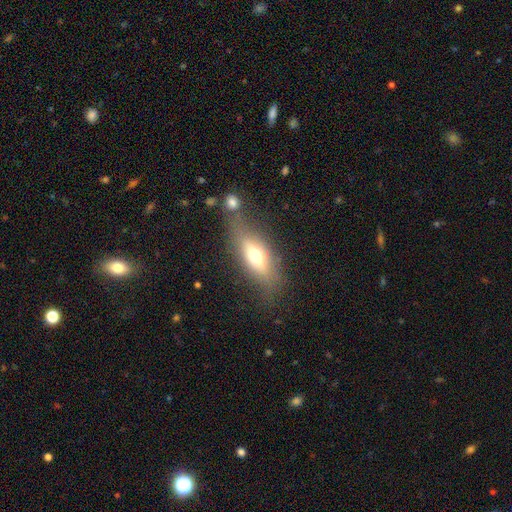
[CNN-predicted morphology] smooth 56%, featured or disk 35%, star or artifact 9%. Down the decision tree: how rounded — in between (64%); merging — none (61%).